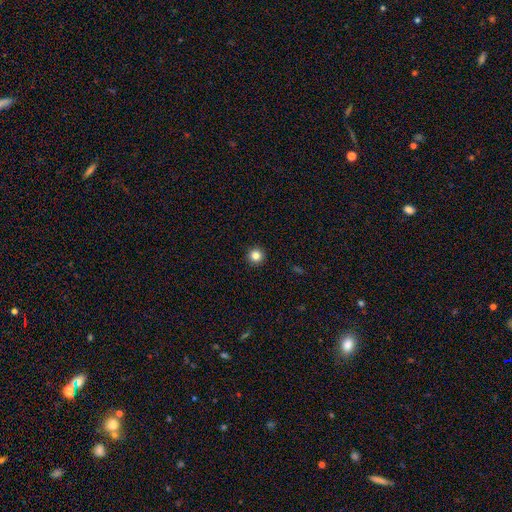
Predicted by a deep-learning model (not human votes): Q: Smooth or featured?
A: smooth (83%); runner-up: star or artifact (12%)
Q: How rounded?
A: round (96%); runner-up: in between (3%)
Q: Merging?
A: none (93%); runner-up: minor disturbance (4%)